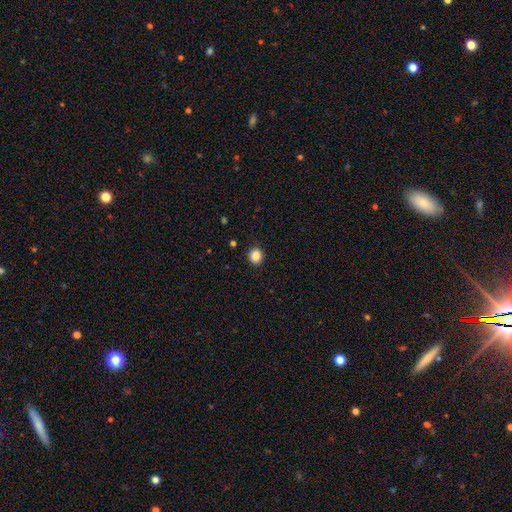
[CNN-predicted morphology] smooth-or-featured: smooth: 85% | star or artifact: 11% | featured or disk: 4%
  how-rounded: round: 84% | in between: 15% | cigar-shaped: 1%
  merging: none: 92% | minor disturbance: 5% | major disturbance: 2% | merger: 1%